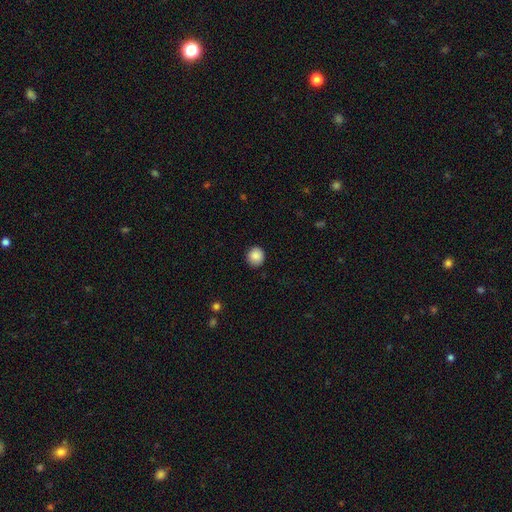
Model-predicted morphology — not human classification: This appears to be a smooth galaxy with no disk features (88%) that is round (90%). Merging: none (90%).